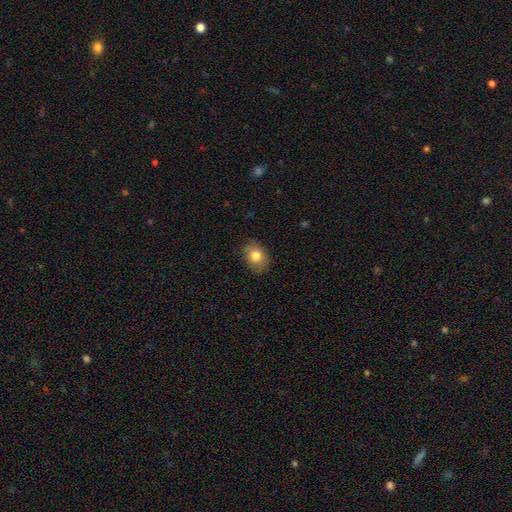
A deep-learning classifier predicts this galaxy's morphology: smooth 81%, featured or disk 10%, star or artifact 9%. Down the decision tree: how rounded — in between (63%); merging — none (79%).